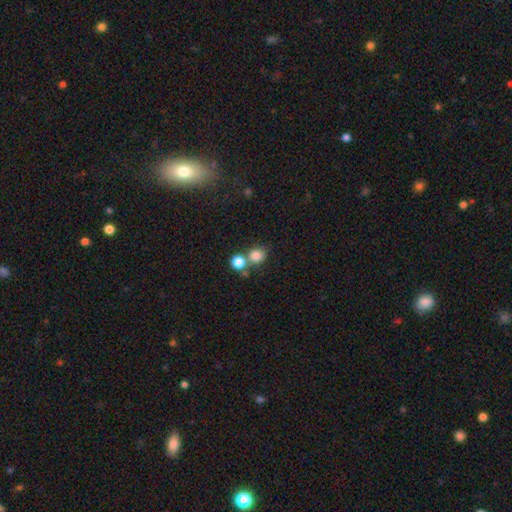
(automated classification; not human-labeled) Smooth or featured?
  - smooth: 81% *
  - star or artifact: 12%
  - featured or disk: 7%
How rounded?
  - round: 80% *
  - in between: 19%
  - cigar-shaped: 1%
Merging?
  - none: 56% *
  - merger: 32%
  - minor disturbance: 9%
  - major disturbance: 4%